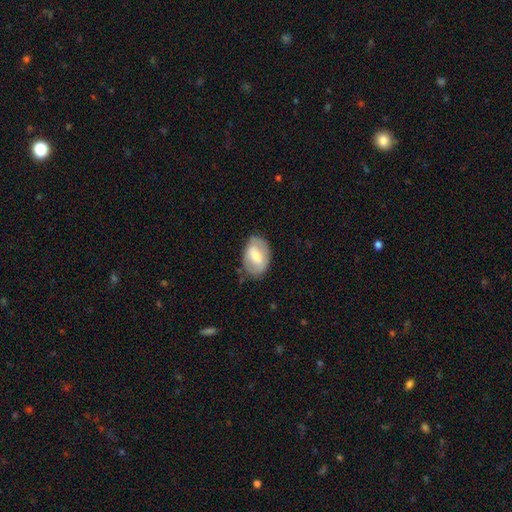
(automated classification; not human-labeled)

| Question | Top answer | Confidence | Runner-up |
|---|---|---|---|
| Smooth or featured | smooth | 53% | featured or disk (41%) |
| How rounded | in between | 86% | round (12%) |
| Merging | none | 73% | minor disturbance (20%) |